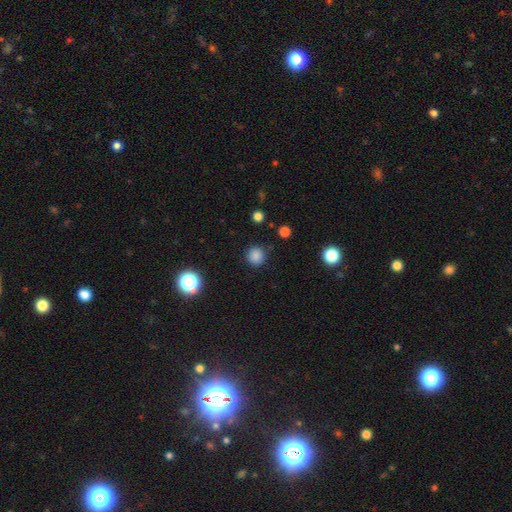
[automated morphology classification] This appears to be a smooth galaxy with no disk features (83%) that is round (93%). Merging: none (87%).